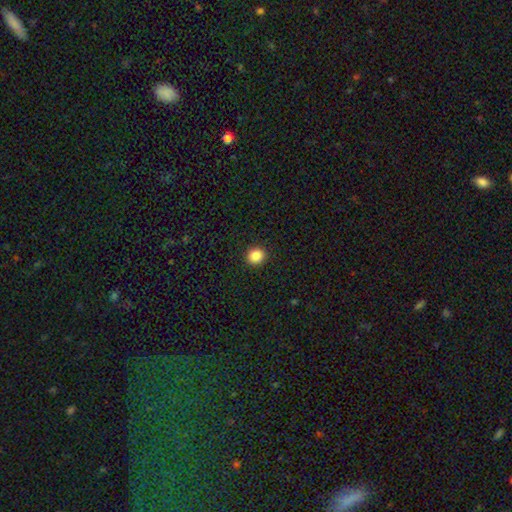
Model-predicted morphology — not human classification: A smooth galaxy with no disk features (87%) that is round (87%). Merging: none (93%).